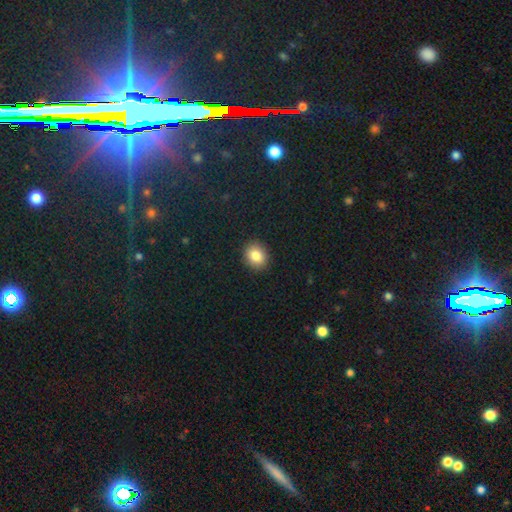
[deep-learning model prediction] Overall: smooth (84%). How rounded: round (64%; in between 35%). Merging: none (90%).